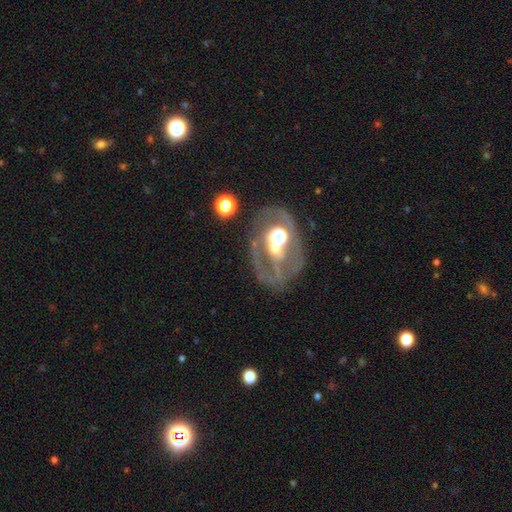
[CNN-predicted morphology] Q: Smooth or featured?
A: featured or disk (78%); runner-up: smooth (13%)
Q: Edge-on disk?
A: no (95%); runner-up: yes (5%)
Q: Bar?
A: no (47%); runner-up: weak (32%)
Q: Spiral arms?
A: yes (65%); runner-up: no (35%)
Q: Bulge size?
A: moderate (60%); runner-up: large (23%)
Q: Merging?
A: none (54%); runner-up: major disturbance (21%)